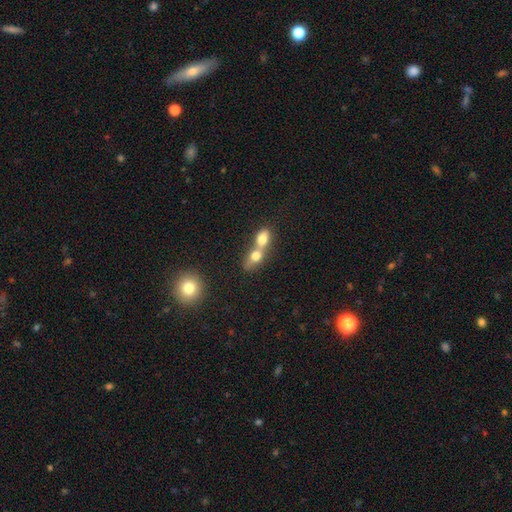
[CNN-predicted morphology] Smooth or featured?
  - smooth: 73% *
  - featured or disk: 18%
  - star or artifact: 9%
How rounded?
  - in between: 60% *
  - round: 35%
  - cigar-shaped: 5%
Merging?
  - merger: 78% *
  - none: 15%
  - minor disturbance: 4%
  - major disturbance: 3%